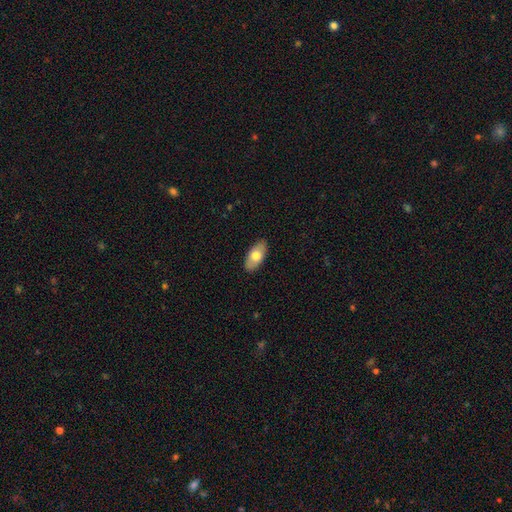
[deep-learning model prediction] Q: Smooth or featured?
A: smooth (71%); runner-up: featured or disk (23%)
Q: How rounded?
A: in between (93%); runner-up: cigar-shaped (4%)
Q: Merging?
A: none (88%); runner-up: minor disturbance (9%)